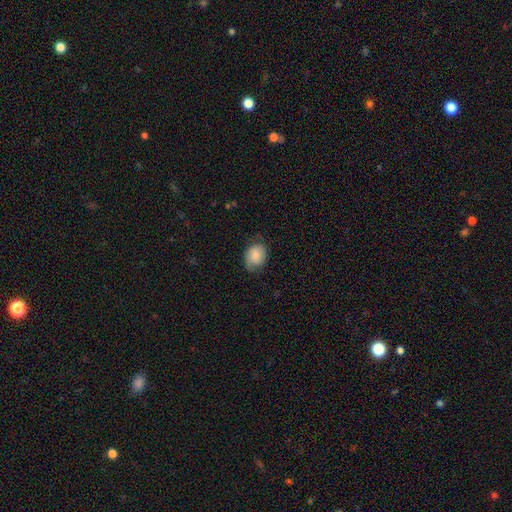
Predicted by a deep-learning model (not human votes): Morphology: type=smooth (75%); roundness=in between (56%); merging=none (63%).